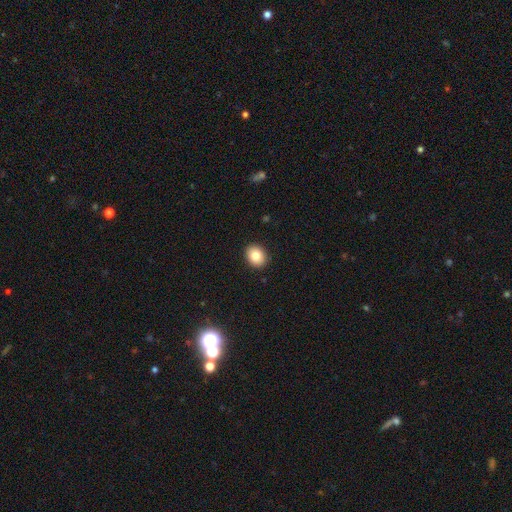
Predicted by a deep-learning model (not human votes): Smooth or featured: smooth — 83% (star or artifact — 9%)
How rounded: round — 55% (in between — 44%)
Merging: none — 91% (minor disturbance — 6%)